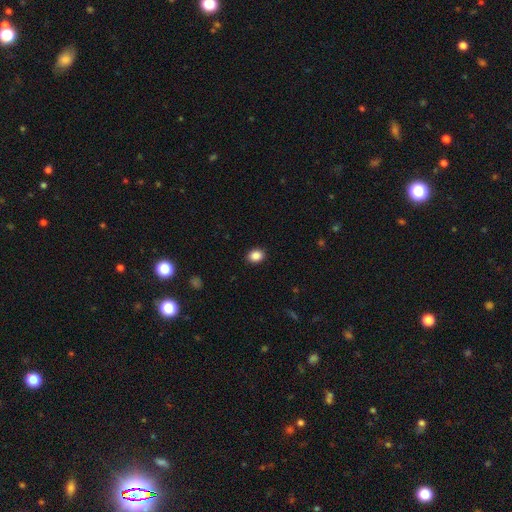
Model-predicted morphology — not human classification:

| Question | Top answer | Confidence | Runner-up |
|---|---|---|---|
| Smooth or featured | smooth | 88% | star or artifact (9%) |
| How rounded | in between | 51% | round (48%) |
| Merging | none | 91% | minor disturbance (6%) |